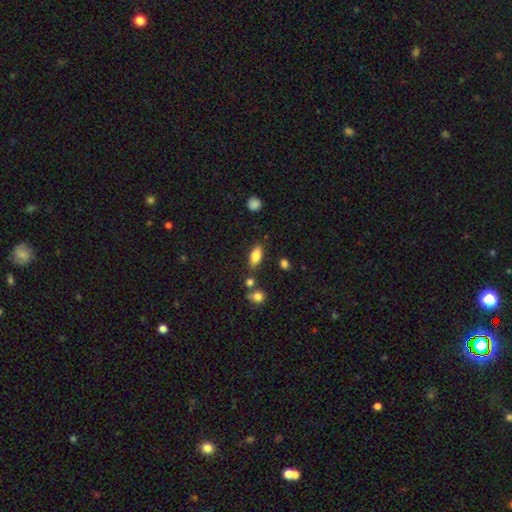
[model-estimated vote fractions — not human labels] smooth-or-featured: smooth: 82% | featured or disk: 10% | star or artifact: 8%
  how-rounded: in between: 86% | cigar-shaped: 9% | round: 4%
  merging: none: 78% | minor disturbance: 12% | merger: 6% | major disturbance: 4%